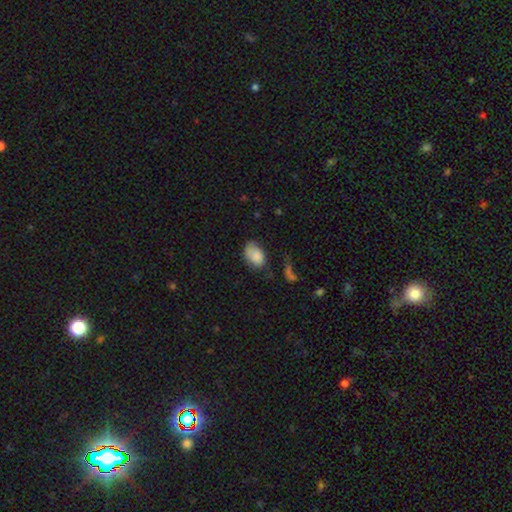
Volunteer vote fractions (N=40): Smooth or featured: smooth — 88% (star or artifact — 8%)
How rounded: in between — 86% (round — 14%)
Merging: none — 68% (minor disturbance — 16%)